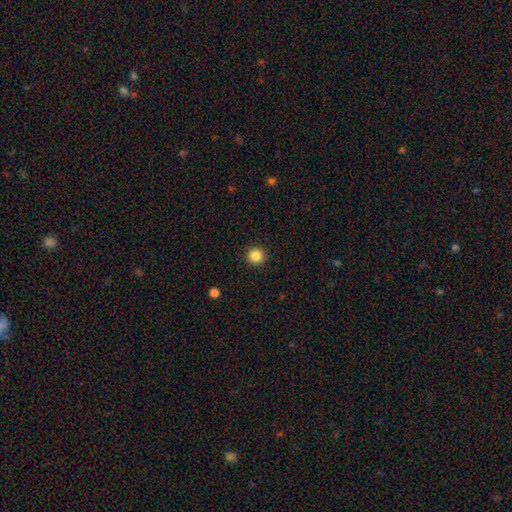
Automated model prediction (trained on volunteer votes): smooth 86%, star or artifact 11%, featured or disk 4%. Down the decision tree: how rounded — round (94%); merging — none (93%).